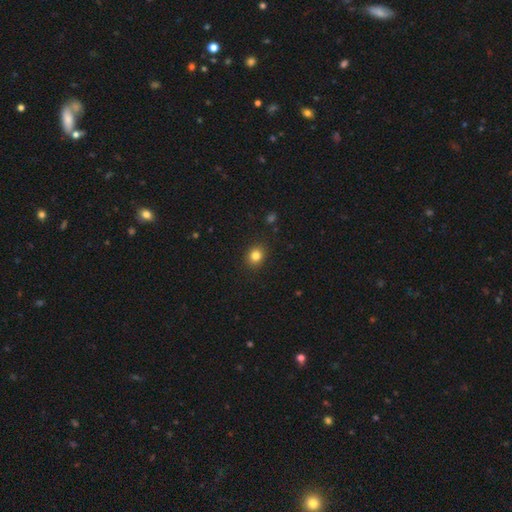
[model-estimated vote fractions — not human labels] smooth_or_featured: smooth (p=0.82) [alt: star or artifact p=0.12]
how_rounded: round (p=0.70) [alt: in between p=0.29]
merging: none (p=0.89) [alt: minor disturbance p=0.07]